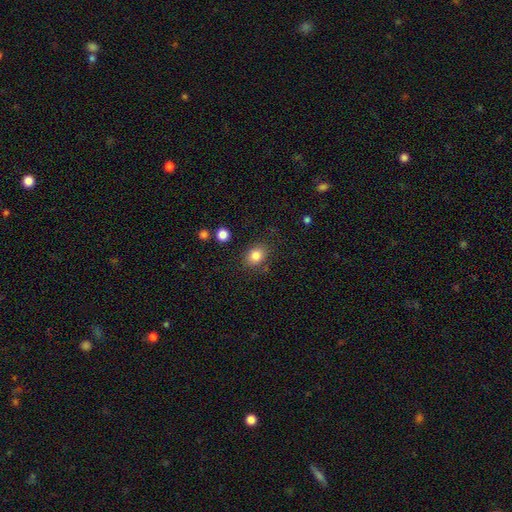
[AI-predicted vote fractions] smooth_or_featured: smooth (p=0.84) [alt: star or artifact p=0.10]
how_rounded: round (p=0.51) [alt: in between p=0.48]
merging: none (p=0.81) [alt: minor disturbance p=0.12]